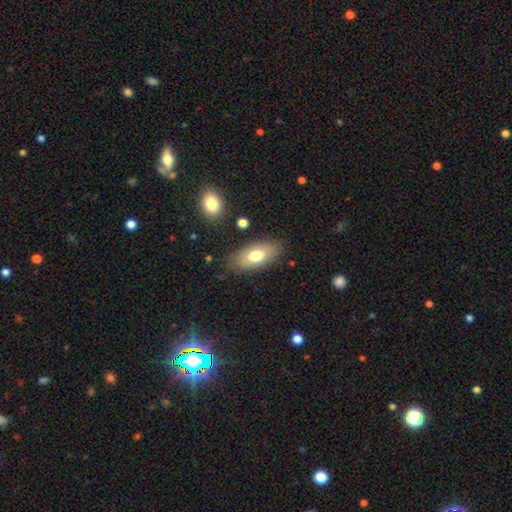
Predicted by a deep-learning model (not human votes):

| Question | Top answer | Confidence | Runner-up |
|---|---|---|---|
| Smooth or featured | smooth | 70% | featured or disk (23%) |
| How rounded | in between | 90% | cigar-shaped (6%) |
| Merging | none | 81% | minor disturbance (13%) |